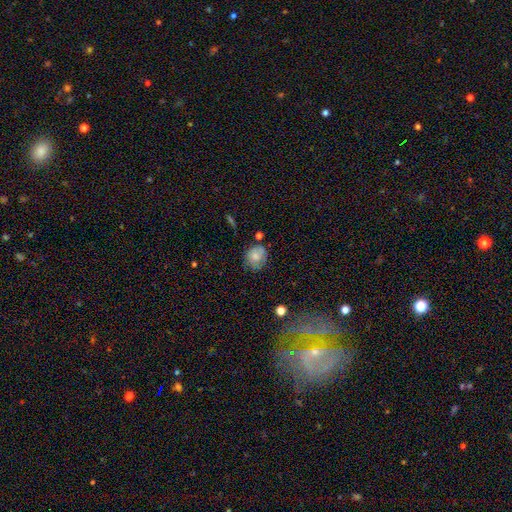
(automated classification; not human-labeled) A smooth galaxy with no disk features (72%) that is round (72%).

Vote fractions:
- Smooth or featured? smooth: 72% / featured or disk: 19% / star or artifact: 9%
- How rounded? round: 72% / in between: 27% / cigar-shaped: 1%
- Merging? none: 63% / minor disturbance: 25% / major disturbance: 7% / merger: 5%